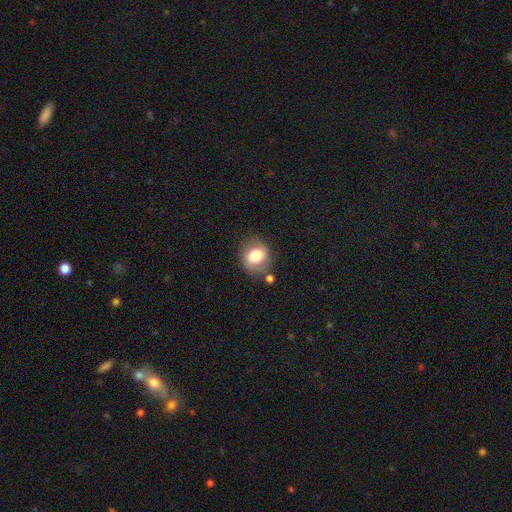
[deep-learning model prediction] Smooth or featured: smooth — 67% (featured or disk — 24%)
How rounded: round — 67% (in between — 32%)
Merging: none — 65% (minor disturbance — 20%)